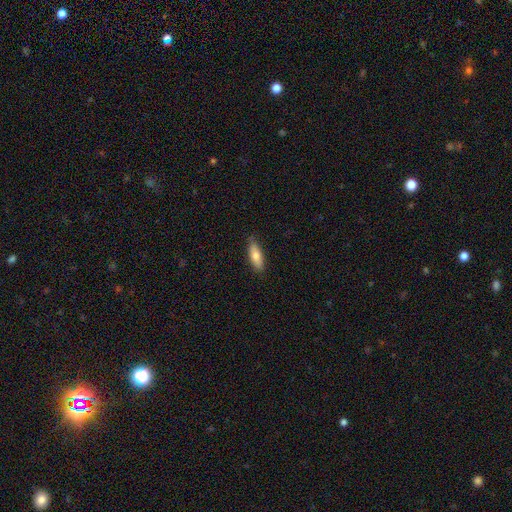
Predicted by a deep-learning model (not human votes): The model was most divided on "how rounded": in between: 61%, cigar-shaped: 37%, round: 2%. More confident: merging — none (85%); smooth or featured — smooth (74%).